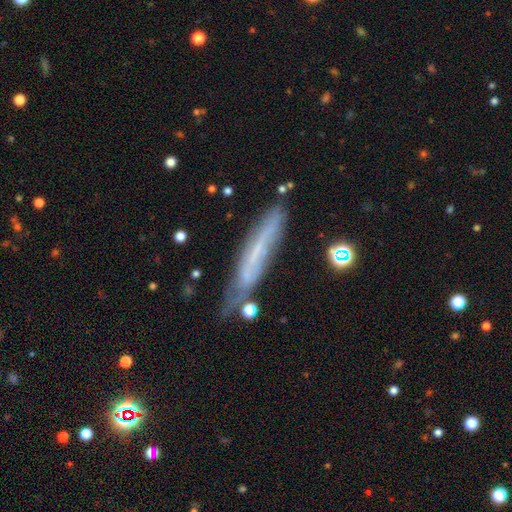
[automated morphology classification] smooth_or_featured: featured or disk (p=0.49) [alt: smooth p=0.41]
merging: none (p=0.66) [alt: minor disturbance p=0.23]